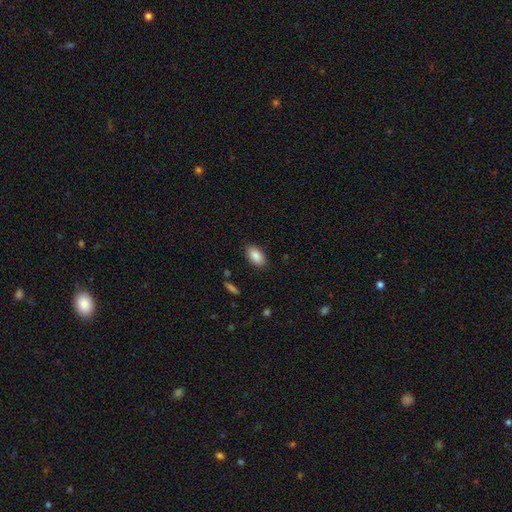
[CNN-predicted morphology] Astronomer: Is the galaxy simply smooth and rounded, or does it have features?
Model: smooth — 87%.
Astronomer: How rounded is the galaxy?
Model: in between — 93%.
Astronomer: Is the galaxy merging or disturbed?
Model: none — 87%.